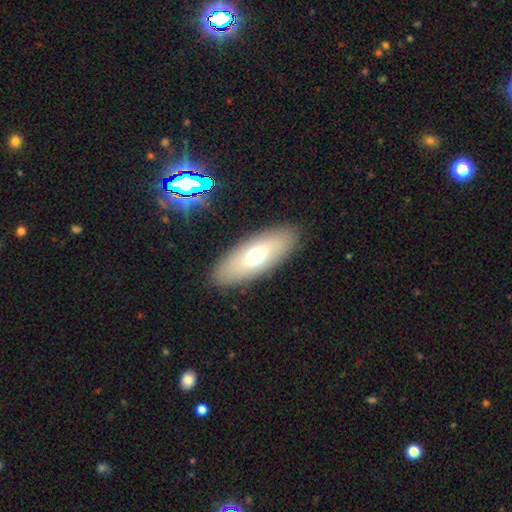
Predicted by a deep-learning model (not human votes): Morphology: type=smooth (62%); roundness=in between (79%); merging=none (88%).